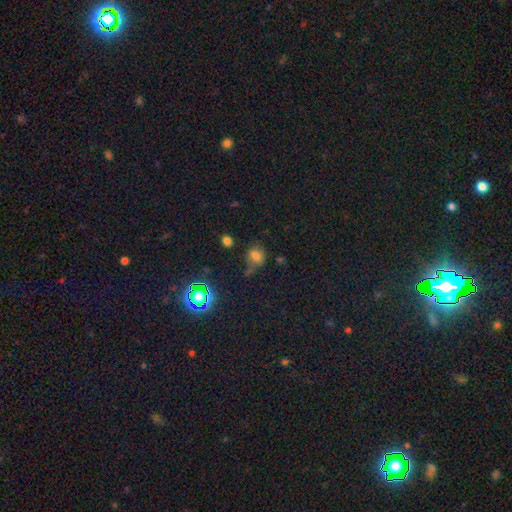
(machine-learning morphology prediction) A smooth galaxy with no disk features (65%) that is round (56%). Merging: none (50%).